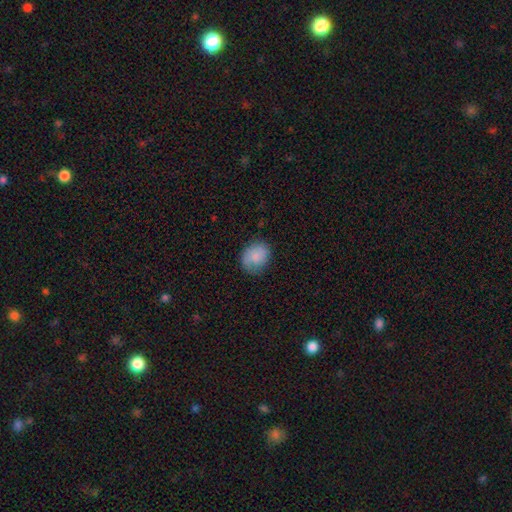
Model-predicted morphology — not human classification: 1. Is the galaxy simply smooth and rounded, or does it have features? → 79% smooth, 14% featured or disk, 7% star or artifact.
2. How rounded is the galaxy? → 57% round, 43% in between, 1% cigar-shaped.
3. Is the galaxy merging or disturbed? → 70% none, 22% minor disturbance, 7% major disturbance, 1% merger.